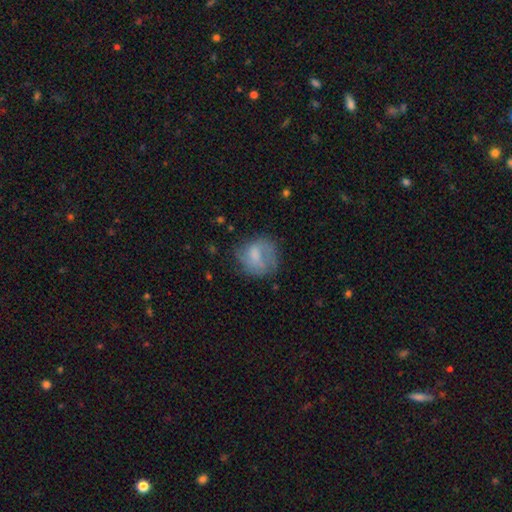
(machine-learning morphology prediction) Overall: smooth (55%; featured or disk 36%). How rounded: round (71%). Merging: none (51%; minor disturbance 26%).